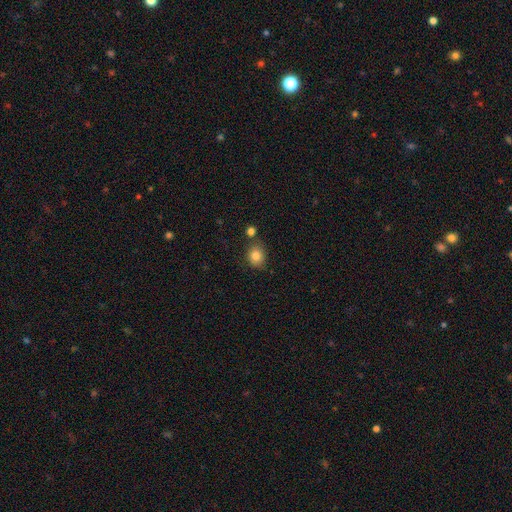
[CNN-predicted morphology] This is clearly a smooth galaxy (83%). How rounded: likely round (61%). Merging: likely none (73%).